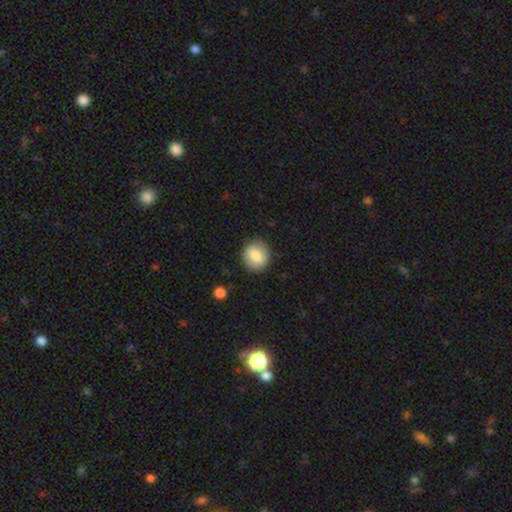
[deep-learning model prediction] Smooth or featured?
  - smooth: 76% *
  - featured or disk: 17%
  - star or artifact: 7%
How rounded?
  - round: 78% *
  - in between: 21%
  - cigar-shaped: 1%
Merging?
  - none: 86% *
  - minor disturbance: 10%
  - major disturbance: 3%
  - merger: 1%